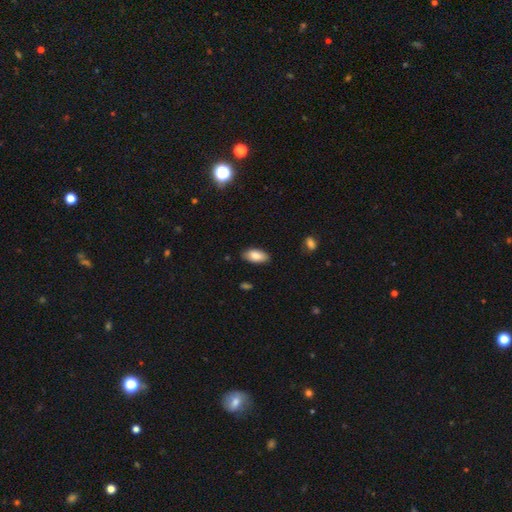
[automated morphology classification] A smooth galaxy with no disk features (85%) that is in between round and cigar-shaped (92%).

Vote fractions:
- Smooth or featured? smooth: 85% / featured or disk: 9% / star or artifact: 7%
- How rounded? in between: 92% / cigar-shaped: 6% / round: 2%
- Merging? none: 85% / minor disturbance: 12% / major disturbance: 2% / merger: 1%